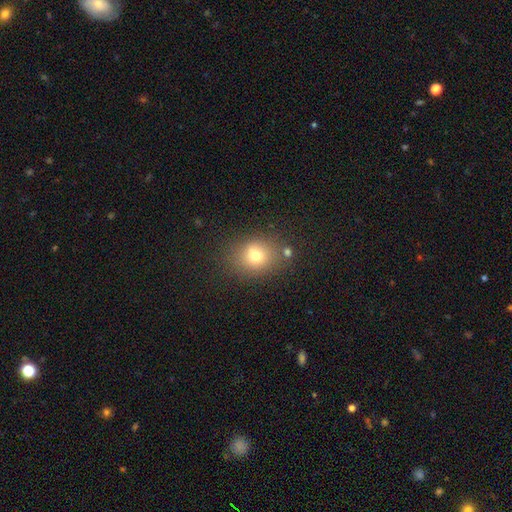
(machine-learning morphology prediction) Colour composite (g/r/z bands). It shows a smooth galaxy with no disk features (74%) that is round (60%). Merging: none (71%).